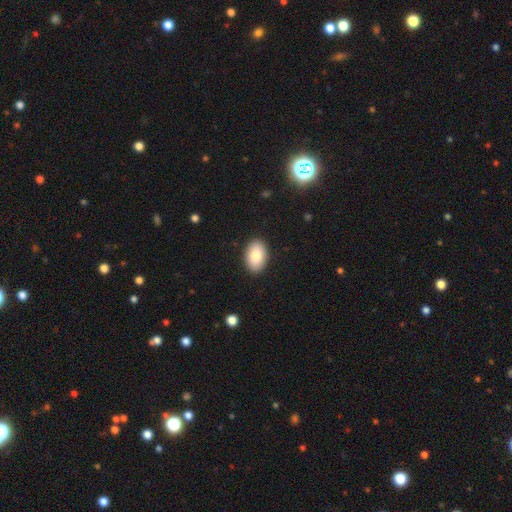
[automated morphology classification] smooth 84%, featured or disk 10%, star or artifact 7%. Down the decision tree: how rounded — in between (90%); merging — none (90%).